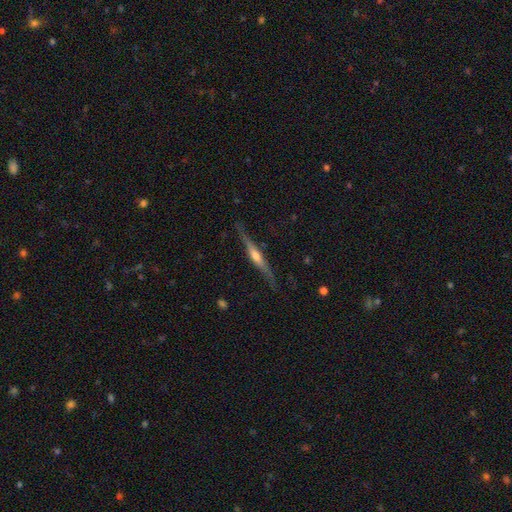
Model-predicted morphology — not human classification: Overall: featured or disk (76%). Edge-on disk: yes (97%). Edge-on bulge: rounded (82%). Merging: none (82%).